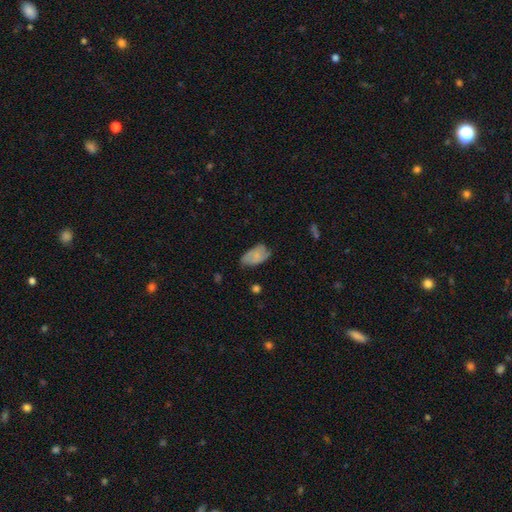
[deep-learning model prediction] A smooth galaxy with no disk features (69%) that is in between round and cigar-shaped (93%).

Vote fractions:
- Smooth or featured? smooth: 69% / featured or disk: 23% / star or artifact: 8%
- How rounded? in between: 93% / round: 5% / cigar-shaped: 2%
- Merging? none: 52% / minor disturbance: 36% / major disturbance: 9% / merger: 2%